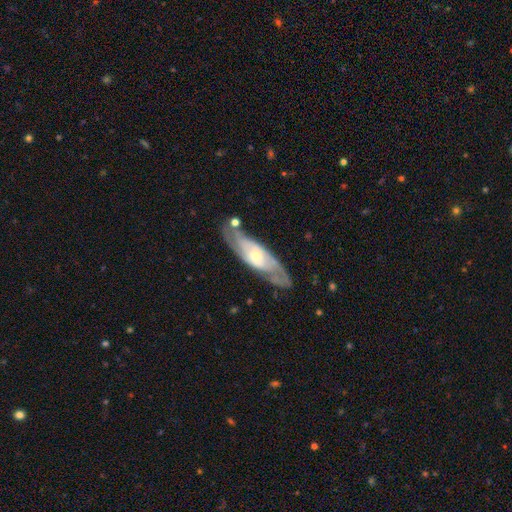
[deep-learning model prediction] smooth_or_featured: featured or disk (p=0.78) [alt: smooth p=0.17]
disk_edge_on: no (p=0.78) [alt: yes p=0.22]
bar: no (p=0.61) [alt: weak p=0.30]
has_spiral_arms: yes (p=0.88) [alt: no p=0.12]
spiral_winding: tight (p=0.46) [alt: medium p=0.40]
spiral_arm_count: 2 (p=0.60) [alt: can't tell p=0.27]
bulge_size: small (p=0.50) [alt: moderate p=0.44]
merging: none (p=0.72) [alt: minor disturbance p=0.18]